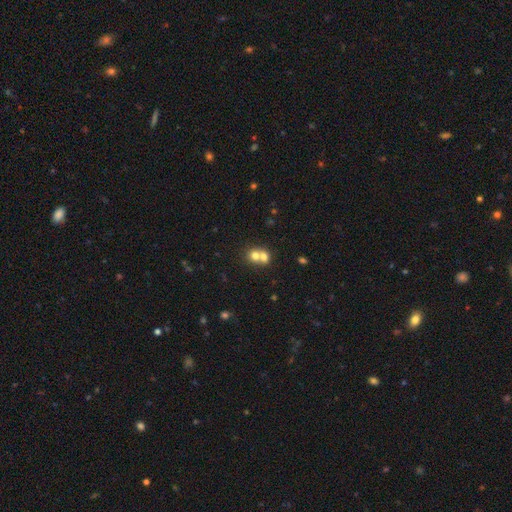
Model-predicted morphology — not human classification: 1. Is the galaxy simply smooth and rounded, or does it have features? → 70% smooth, 18% featured or disk, 12% star or artifact.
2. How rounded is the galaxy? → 74% round, 25% in between, 1% cigar-shaped.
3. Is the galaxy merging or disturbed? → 66% merger, 27% none, 5% minor disturbance, 2% major disturbance.